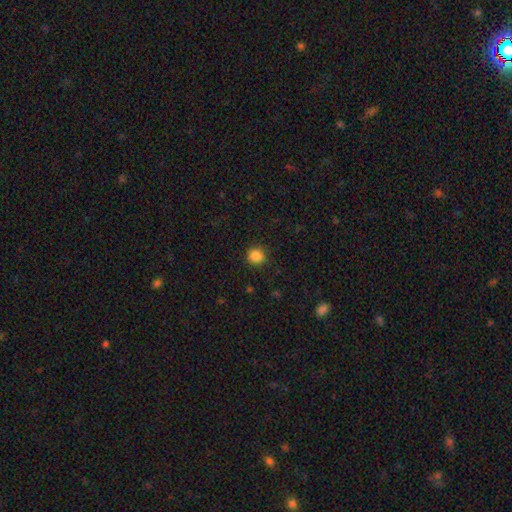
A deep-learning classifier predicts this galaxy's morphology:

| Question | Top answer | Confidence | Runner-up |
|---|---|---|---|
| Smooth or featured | smooth | 86% | star or artifact (11%) |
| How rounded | round | 91% | in between (9%) |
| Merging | none | 87% | minor disturbance (9%) |